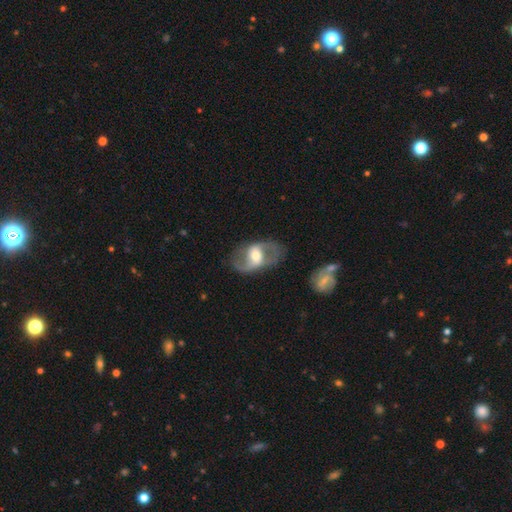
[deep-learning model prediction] Q: Smooth or featured?
A: featured or disk (79%); runner-up: smooth (16%)
Q: Edge-on disk?
A: no (95%); runner-up: yes (5%)
Q: Bar?
A: weak (41%); runner-up: strong (31%)
Q: Spiral arms?
A: yes (83%); runner-up: no (17%)
Q: Spiral winding?
A: loose (47%); runner-up: medium (42%)
Q: Spiral arm count?
A: 2 (88%); runner-up: can't tell (6%)
Q: Bulge size?
A: moderate (64%); runner-up: small (23%)
Q: Merging?
A: none (73%); runner-up: minor disturbance (15%)